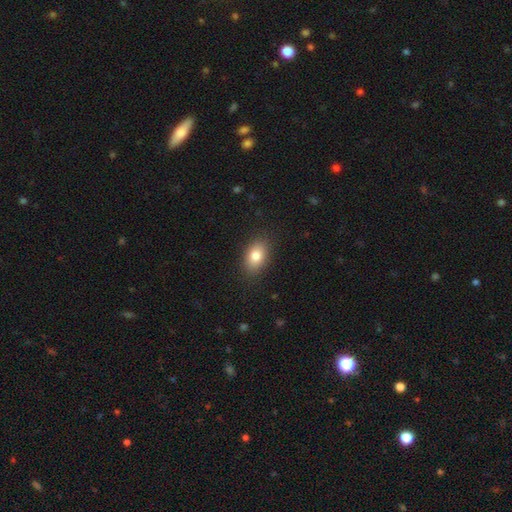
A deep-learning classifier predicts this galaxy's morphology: smooth_or_featured: smooth (p=0.82) [alt: featured or disk p=0.10]
how_rounded: in between (p=0.86) [alt: round p=0.12]
merging: none (p=0.87) [alt: minor disturbance p=0.10]